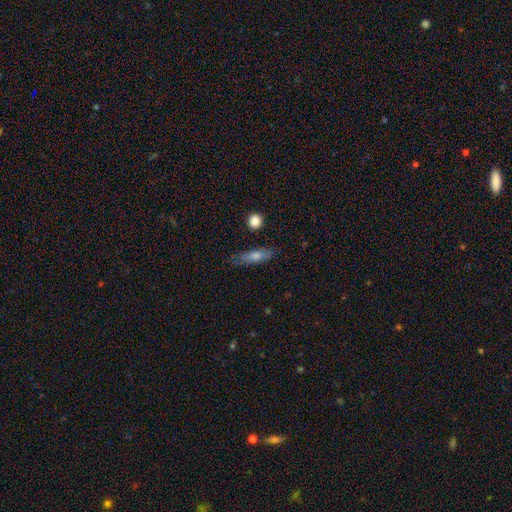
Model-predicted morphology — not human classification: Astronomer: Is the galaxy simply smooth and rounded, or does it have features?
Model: smooth — 59%.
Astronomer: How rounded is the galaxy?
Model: cigar-shaped — 55% (runner-up: in between, 41%).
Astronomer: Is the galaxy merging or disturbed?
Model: none — 76%.